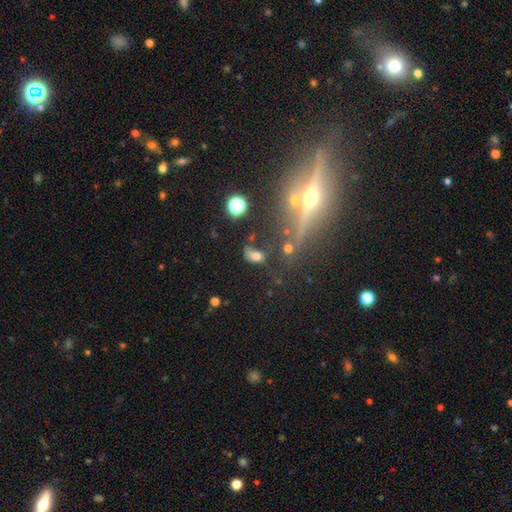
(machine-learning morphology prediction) Smooth or featured? Predicted: smooth (p=0.65). How rounded? Predicted: in between (p=0.80). Merging? Predicted: none (p=0.40).